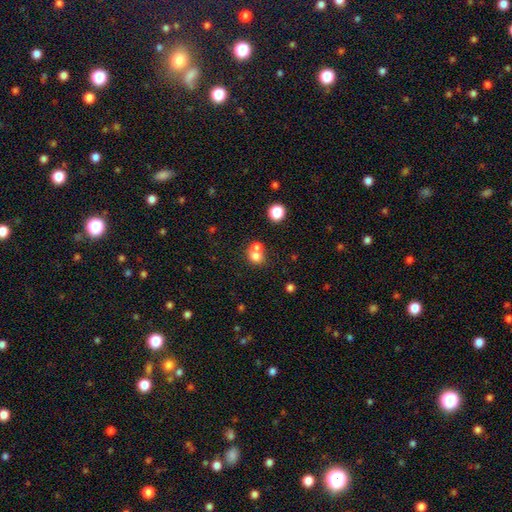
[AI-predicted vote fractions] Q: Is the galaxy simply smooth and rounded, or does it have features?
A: smooth — 73%.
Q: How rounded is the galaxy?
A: round — 74%.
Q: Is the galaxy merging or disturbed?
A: merger — 57%.